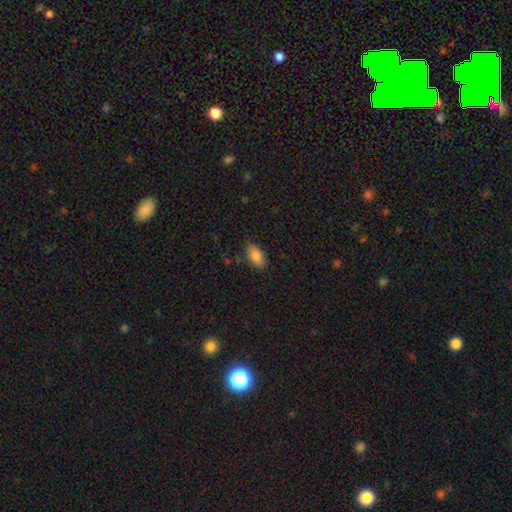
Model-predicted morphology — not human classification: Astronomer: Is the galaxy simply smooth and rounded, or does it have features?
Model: smooth — 87%.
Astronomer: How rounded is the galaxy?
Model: in between — 93%.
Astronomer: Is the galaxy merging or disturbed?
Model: none — 82%.